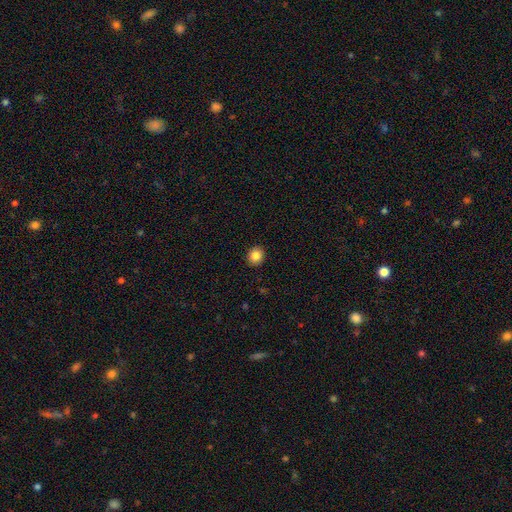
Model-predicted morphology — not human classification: Overall: smooth (85%). How rounded: round (78%). Merging: none (92%).